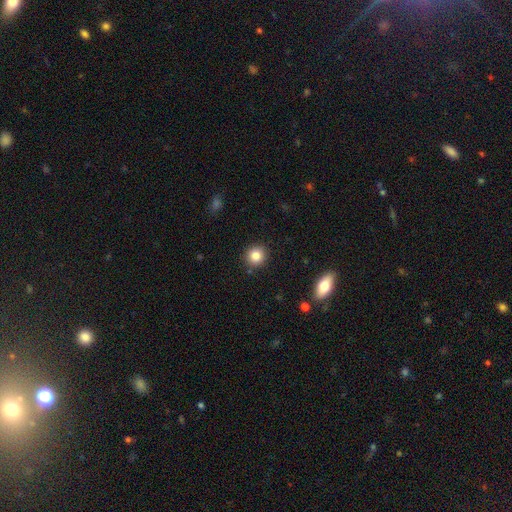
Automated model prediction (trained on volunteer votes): Smooth or featured? smooth (84%)
How rounded? round (91%)
Merging? none (89%)